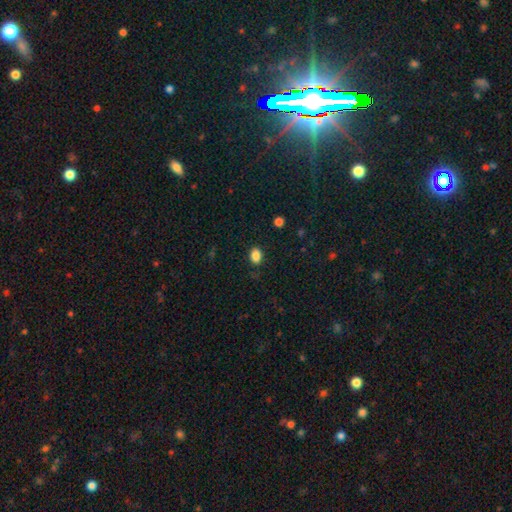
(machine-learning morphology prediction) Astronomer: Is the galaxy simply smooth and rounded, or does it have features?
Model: smooth — 86%.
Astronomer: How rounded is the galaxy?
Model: in between — 73%.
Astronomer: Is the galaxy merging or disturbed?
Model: none — 85%.